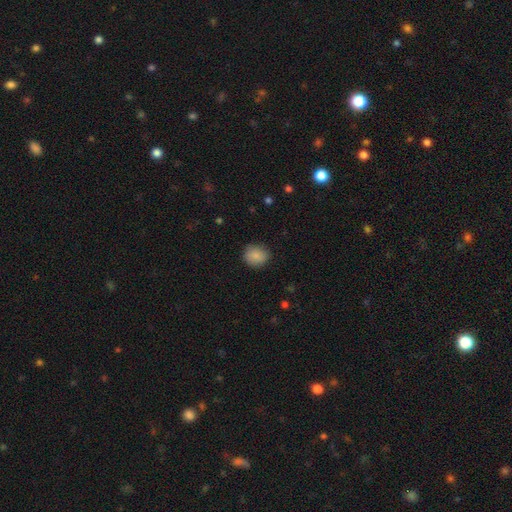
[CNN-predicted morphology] Smooth or featured? Predicted: smooth (p=0.86). How rounded? Predicted: round (p=0.79). Merging? Predicted: none (p=0.84).